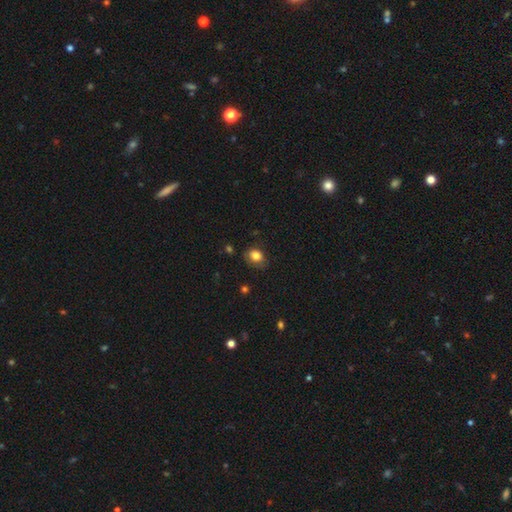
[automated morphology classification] smooth_or_featured: smooth (p=0.82) [alt: star or artifact p=0.10]
how_rounded: in between (p=0.57) [alt: round p=0.42]
merging: none (p=0.70) [alt: minor disturbance p=0.23]